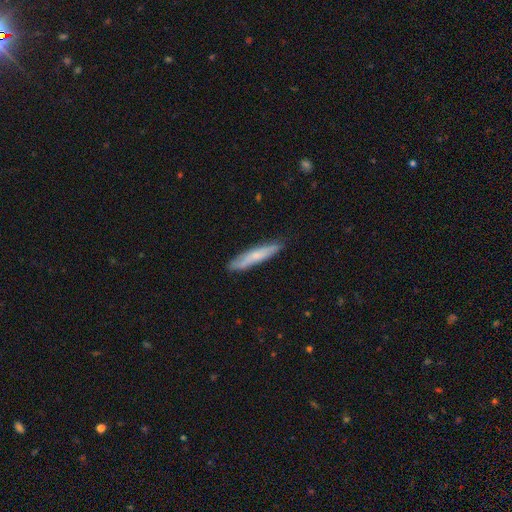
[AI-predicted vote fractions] Smooth or featured: smooth — 58% (featured or disk — 35%)
How rounded: cigar-shaped — 89% (in between — 10%)
Merging: none — 83% (minor disturbance — 14%)